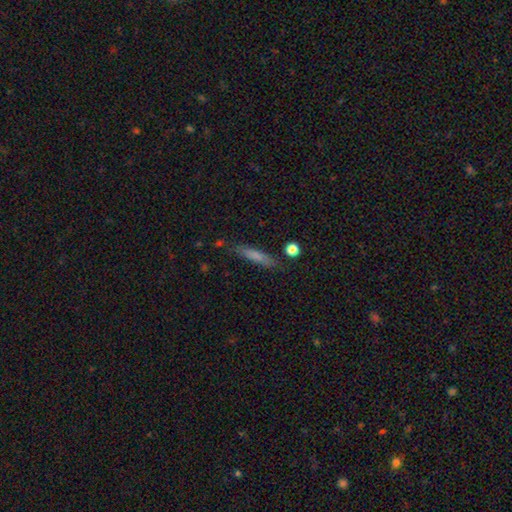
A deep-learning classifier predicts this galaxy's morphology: Smooth or featured? Predicted: smooth (p=0.72). How rounded? Predicted: cigar-shaped (p=0.87). Merging? Predicted: none (p=0.79).